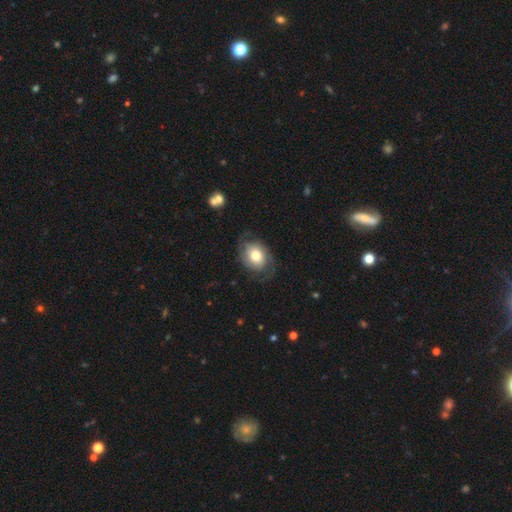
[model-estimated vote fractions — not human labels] Smooth or featured? smooth (48%)
Merging? none (66%)